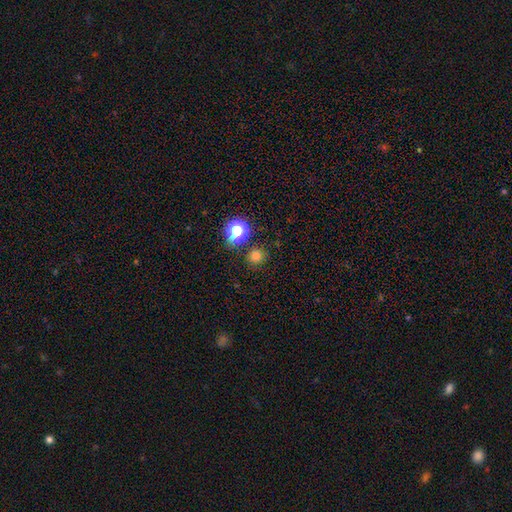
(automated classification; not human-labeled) This appears to be a smooth galaxy with no disk features (75%) that is round (91%). Merging: none (85%).